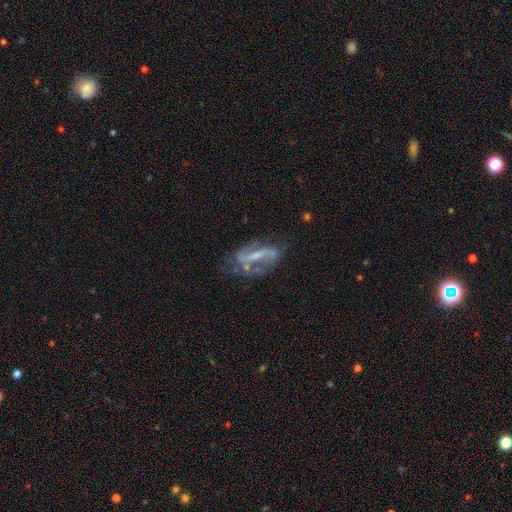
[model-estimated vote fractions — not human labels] featured or disk 73%, smooth 18%, star or artifact 9%. Down the decision tree: edge-on disk — no (89%); bar — strong (47%); spiral arms — yes (70%); bulge size — small (42%); merging — none (46%).